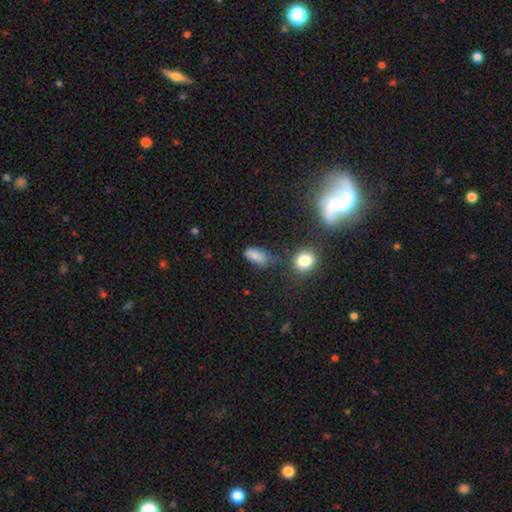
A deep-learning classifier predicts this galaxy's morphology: A smooth galaxy with no disk features (80%) that is in between round and cigar-shaped (83%).

Vote fractions:
- Smooth or featured? smooth: 80% / star or artifact: 12% / featured or disk: 8%
- How rounded? in between: 83% / cigar-shaped: 11% / round: 6%
- Merging? none: 46% / minor disturbance: 29% / major disturbance: 14% / merger: 11%